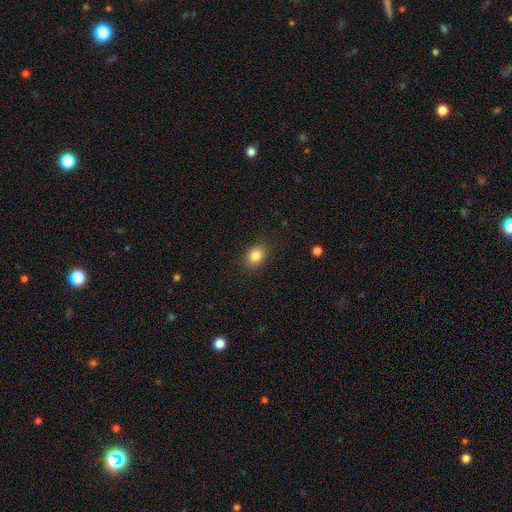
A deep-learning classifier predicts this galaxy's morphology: This is clearly a smooth galaxy (84%). How rounded: likely in between (68%). Merging: clearly none (87%).